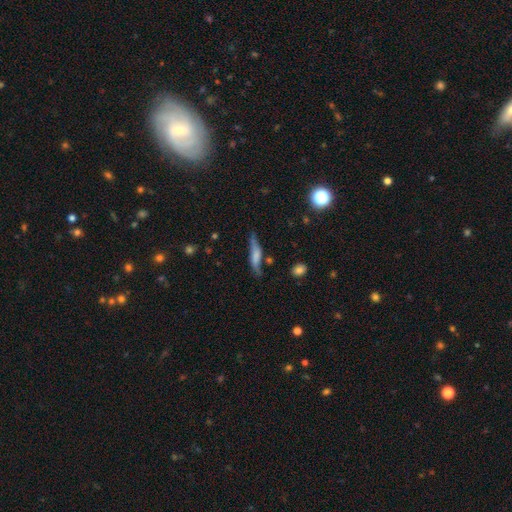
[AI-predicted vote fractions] smooth_or_featured: smooth (p=0.53) [alt: featured or disk p=0.39]
how_rounded: cigar-shaped (p=0.73) [alt: in between p=0.23]
merging: none (p=0.57) [alt: minor disturbance p=0.28]